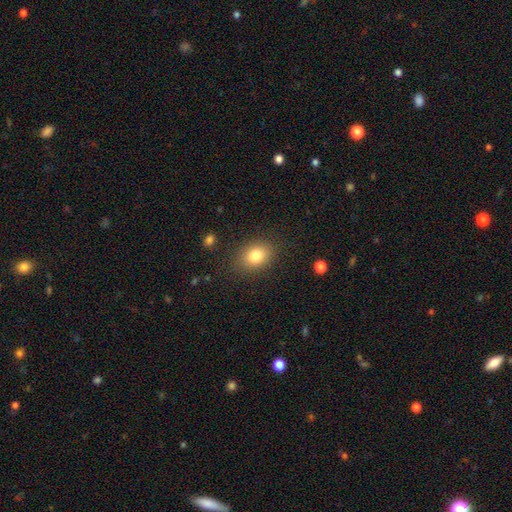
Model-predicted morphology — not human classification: A smooth galaxy with no disk features (81%) that is in between round and cigar-shaped (64%).

Vote fractions:
- Smooth or featured? smooth: 81% / star or artifact: 10% / featured or disk: 9%
- How rounded? in between: 64% / round: 35% / cigar-shaped: 1%
- Merging? none: 85% / minor disturbance: 10% / major disturbance: 4% / merger: 1%